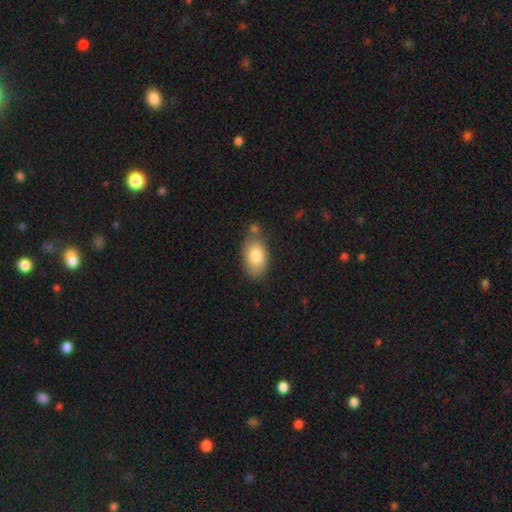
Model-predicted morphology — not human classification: This appears to be a smooth galaxy with no disk features (81%) that is in between round and cigar-shaped (91%). Merging: none (64%).